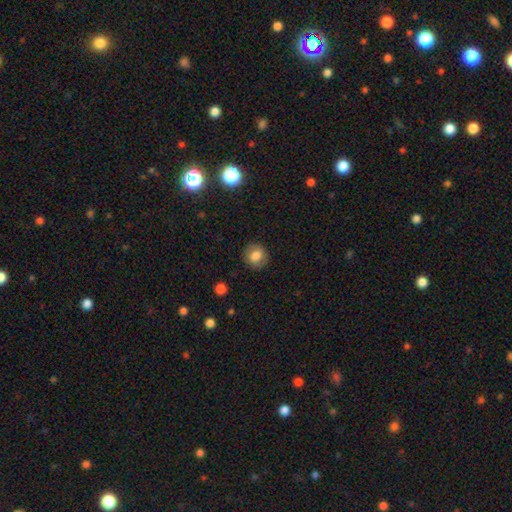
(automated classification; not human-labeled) Smooth or featured?
  - smooth: 78% *
  - featured or disk: 12%
  - star or artifact: 10%
How rounded?
  - round: 84% *
  - in between: 15%
  - cigar-shaped: 1%
Merging?
  - none: 86% *
  - minor disturbance: 10%
  - major disturbance: 3%
  - merger: 1%